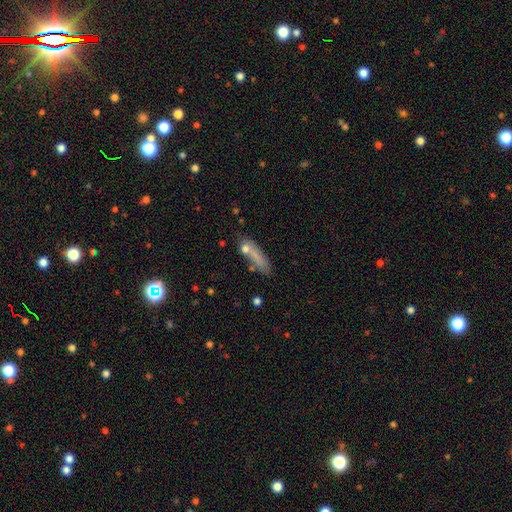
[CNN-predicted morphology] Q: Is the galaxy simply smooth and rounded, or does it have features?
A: smooth — 71%.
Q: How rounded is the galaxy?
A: cigar-shaped — 69%.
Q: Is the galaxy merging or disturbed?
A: none — 60%.